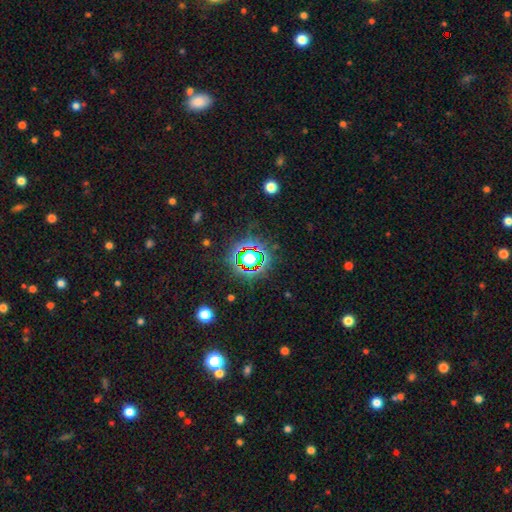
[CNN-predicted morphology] This appears to be a star or artifact, not a galaxy (76%).